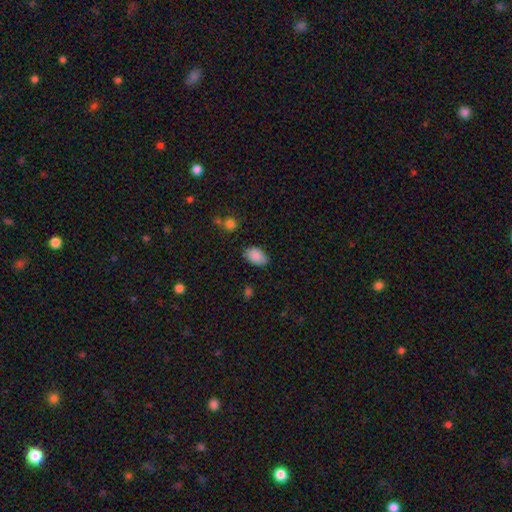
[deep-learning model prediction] This appears to be a smooth galaxy with no disk features (88%) that is in between round and cigar-shaped (91%). Merging: none (80%).